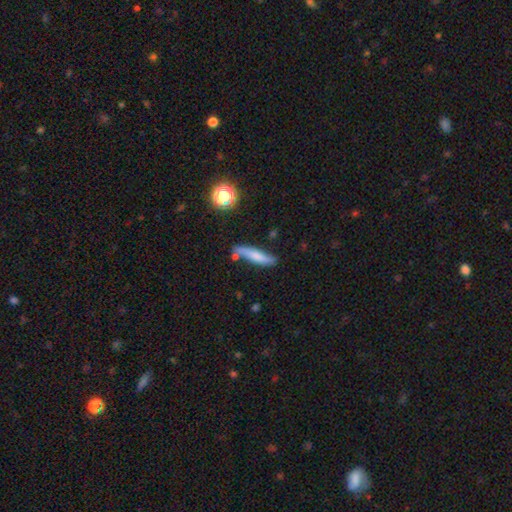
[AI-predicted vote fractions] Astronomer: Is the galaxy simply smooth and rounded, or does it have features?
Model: smooth — 64%.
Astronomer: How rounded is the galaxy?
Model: cigar-shaped — 86%.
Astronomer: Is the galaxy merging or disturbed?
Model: none — 71%.